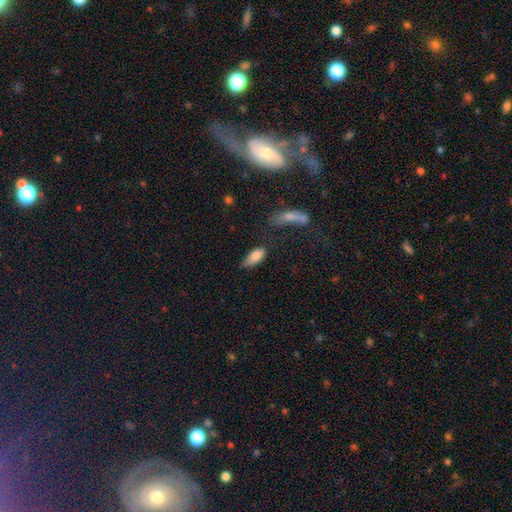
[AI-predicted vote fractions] A smooth galaxy with no disk features (83%) that is in between round and cigar-shaped (86%). Merging: none (42%).